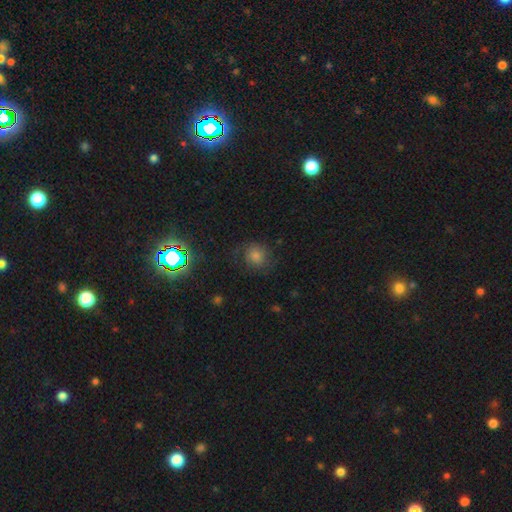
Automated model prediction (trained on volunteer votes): This is possibly a smooth galaxy (50%). Merging: likely none (70%).